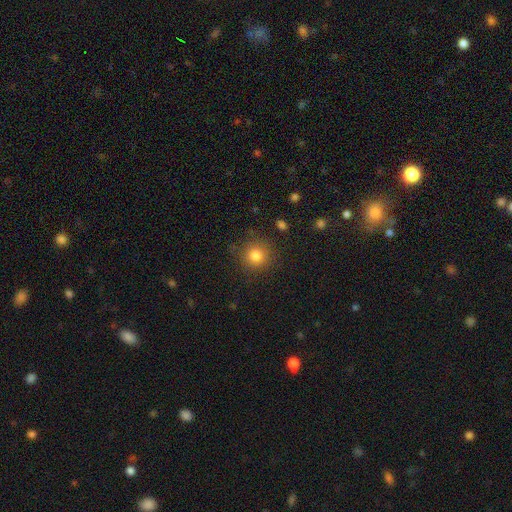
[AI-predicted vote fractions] Morphology: type=smooth (81%); roundness=round (93%); merging=none (86%).